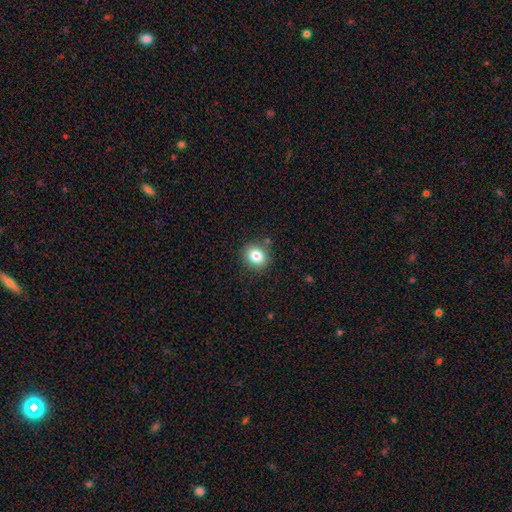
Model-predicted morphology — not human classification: This appears to be a smooth galaxy with no disk features (82%) that is round (68%). Merging: none (87%).